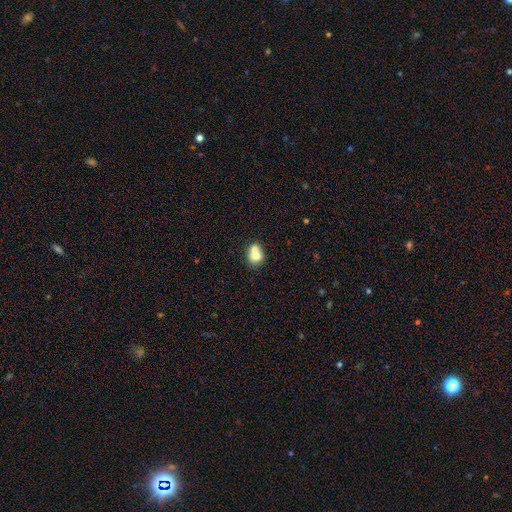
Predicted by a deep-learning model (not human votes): This appears to be a smooth galaxy with no disk features (68%) that is round (56%). Merging: merger (63%).